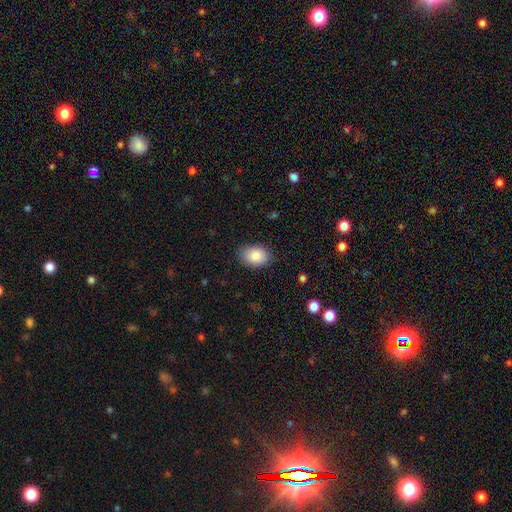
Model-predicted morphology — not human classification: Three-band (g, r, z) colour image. It shows a smooth galaxy with no disk features (86%) that is in between round and cigar-shaped (83%). Merging: none (85%).